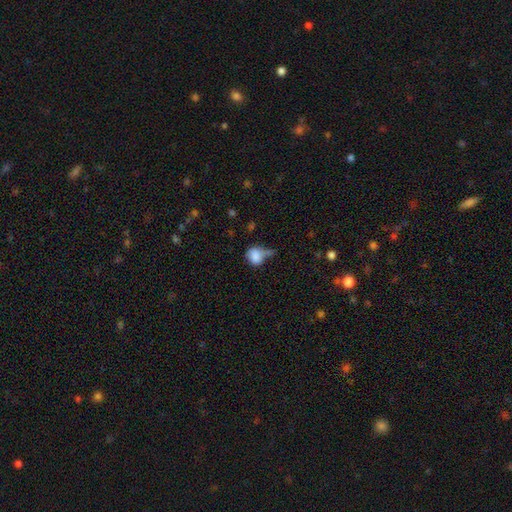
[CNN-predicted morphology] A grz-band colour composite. It shows a smooth galaxy with no disk features (81%) that is round (63%). Merging: none (31%).